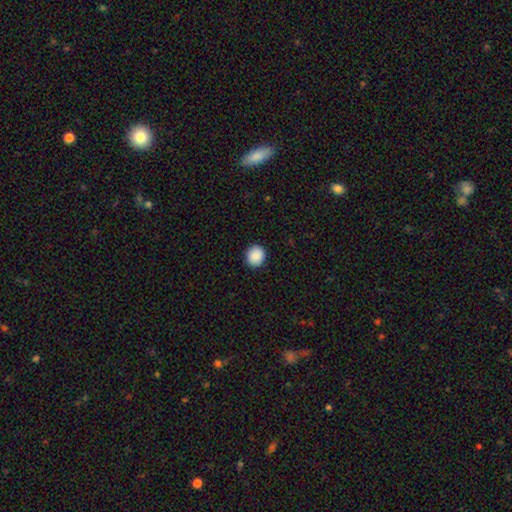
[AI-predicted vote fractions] Smooth or featured?
  - smooth: 90% *
  - star or artifact: 8%
  - featured or disk: 2%
How rounded?
  - round: 83% *
  - in between: 16%
  - cigar-shaped: 1%
Merging?
  - none: 91% *
  - minor disturbance: 6%
  - major disturbance: 2%
  - merger: 1%